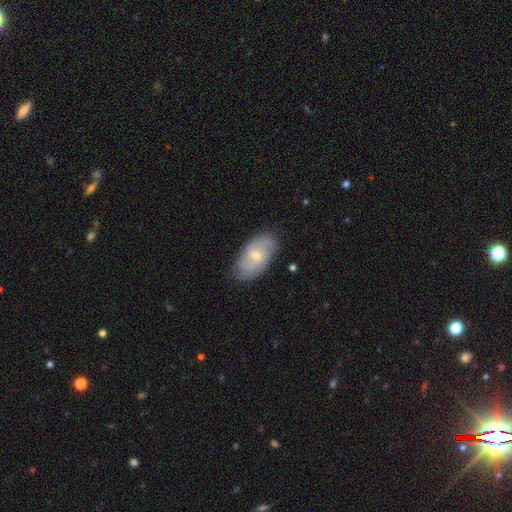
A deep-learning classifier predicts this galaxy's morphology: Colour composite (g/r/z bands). It shows a featured or disk galaxy (67%) with no bar (53%), can't tell (35%, tied with 2) tight (47%) spiral arms (88%) and a small central bulge (54%). Merging: none (76%).